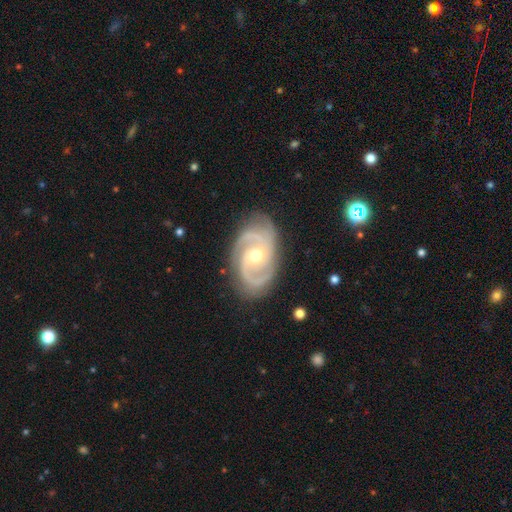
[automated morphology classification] smooth_or_featured: featured or disk (p=0.92) [alt: star or artifact p=0.04]
disk_edge_on: no (p=0.97) [alt: yes p=0.03]
bar: no (p=0.61) [alt: weak p=0.29]
has_spiral_arms: yes (p=0.98) [alt: no p=0.02]
spiral_winding: tight (p=0.56) [alt: medium p=0.38]
spiral_arm_count: 2 (p=0.48) [alt: 3 p=0.33]
bulge_size: moderate (p=0.57) [alt: small p=0.39]
merging: none (p=0.81) [alt: minor disturbance p=0.14]